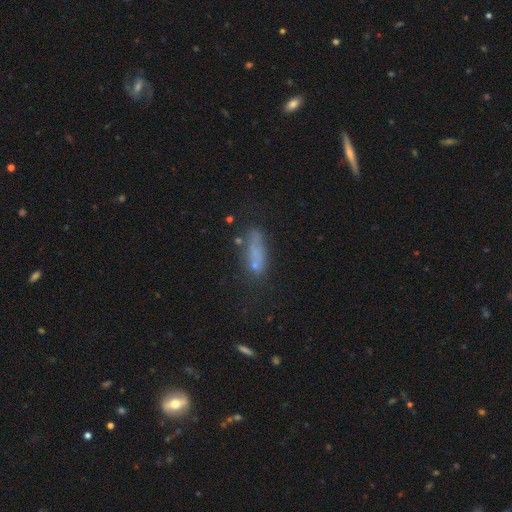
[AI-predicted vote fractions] smooth-or-featured: smooth: 58% | featured or disk: 25% | star or artifact: 17%
  how-rounded: cigar-shaped: 49% | in between: 47% | round: 4%
  merging: none: 46% | minor disturbance: 23% | major disturbance: 19% | merger: 13%